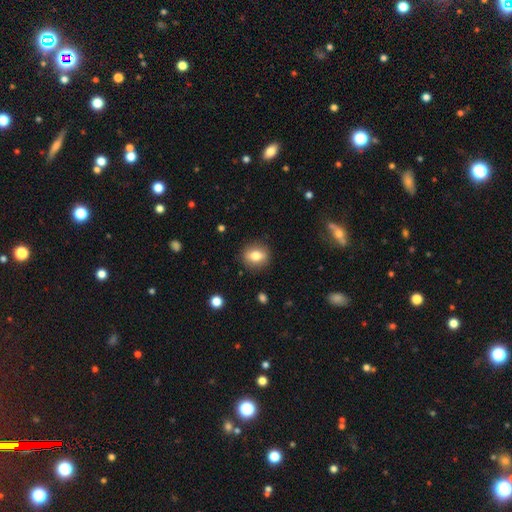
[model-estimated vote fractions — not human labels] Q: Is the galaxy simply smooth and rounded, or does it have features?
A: smooth — 75%.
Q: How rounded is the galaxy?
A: round — 59%.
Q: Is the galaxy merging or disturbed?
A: none — 87%.